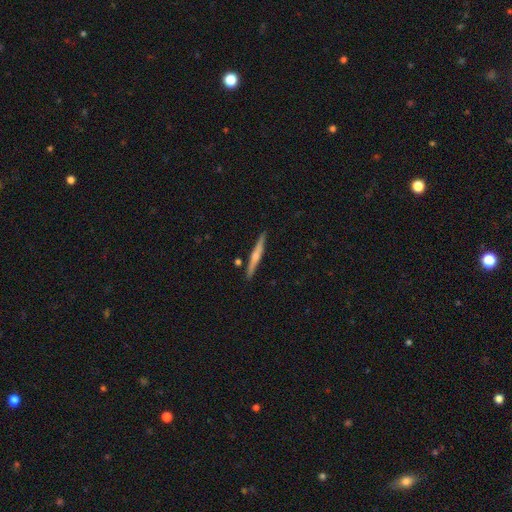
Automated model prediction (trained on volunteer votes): Smooth or featured?
  - featured or disk: 55% *
  - smooth: 39%
  - star or artifact: 6%
Edge-on disk?
  - yes: 97% *
  - no: 3%
Edge-on bulge?
  - rounded: 66% *
  - none: 24%
  - boxy: 11%
Merging?
  - none: 88% *
  - minor disturbance: 8%
  - merger: 3%
  - major disturbance: 2%